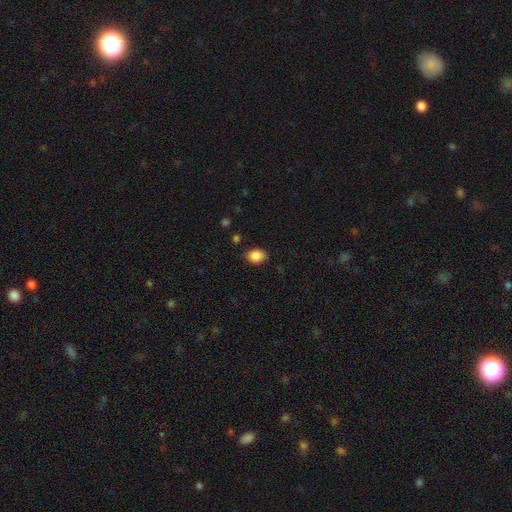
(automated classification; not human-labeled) This is clearly a smooth galaxy (88%). How rounded: likely in between (67%). Merging: likely none (79%).